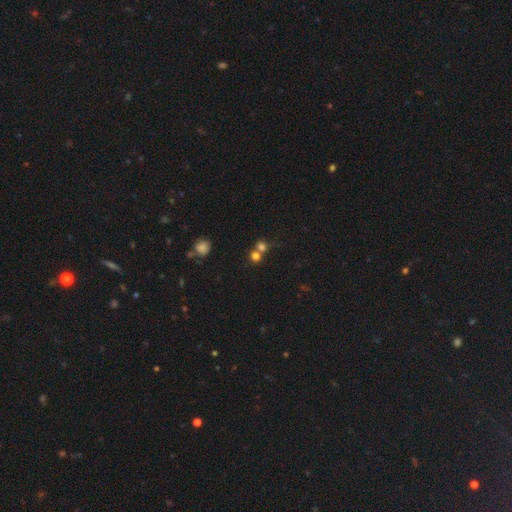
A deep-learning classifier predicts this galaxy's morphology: Smooth or featured?
  - smooth: 75% *
  - star or artifact: 17%
  - featured or disk: 9%
How rounded?
  - round: 85% *
  - in between: 13%
  - cigar-shaped: 1%
Merging?
  - none: 47% *
  - merger: 44%
  - minor disturbance: 6%
  - major disturbance: 3%